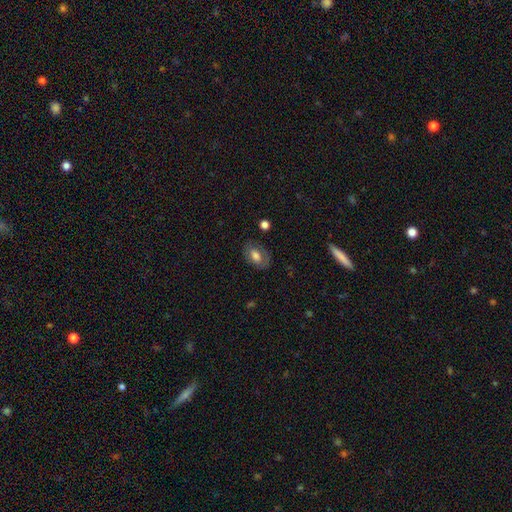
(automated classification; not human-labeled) This appears to be a smooth galaxy with no disk features (62%) that is in between round and cigar-shaped (86%). Merging: none (75%).